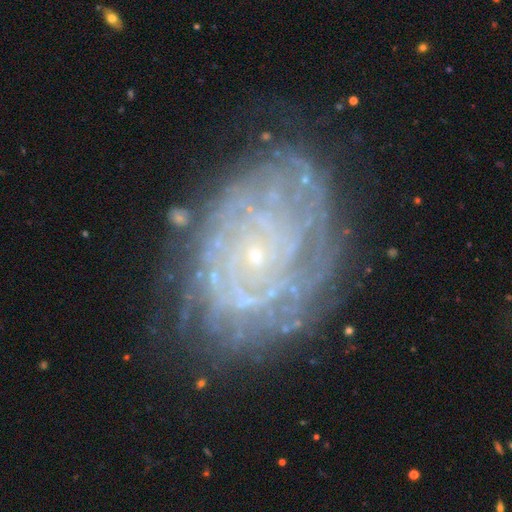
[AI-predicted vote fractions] Smooth or featured: featured or disk — 81% (smooth — 11%)
Edge-on disk: no — 96% (yes — 4%)
Bar: no — 84% (weak — 13%)
Spiral arms: yes — 87% (no — 13%)
Spiral winding: tight — 78% (medium — 17%)
Spiral arm count: can't tell — 45% (more than 4 — 17%)
Bulge size: small — 88% (moderate — 6%)
Merging: none — 72% (minor disturbance — 17%)